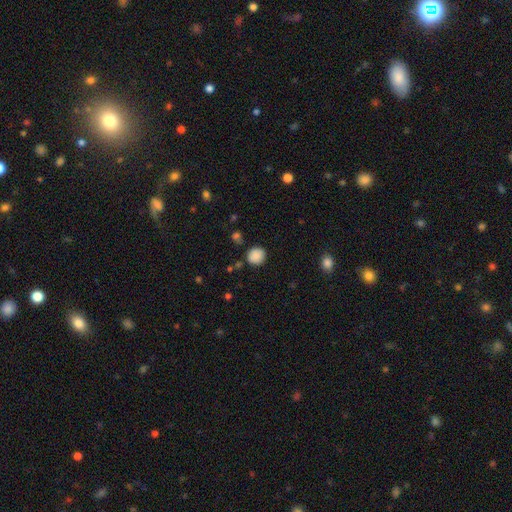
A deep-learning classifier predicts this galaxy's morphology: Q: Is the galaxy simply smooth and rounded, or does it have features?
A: smooth — 87%.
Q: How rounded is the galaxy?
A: round — 89%.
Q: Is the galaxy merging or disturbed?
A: none — 82%.